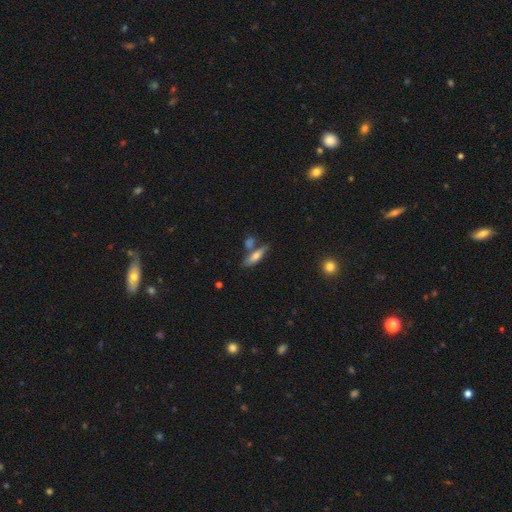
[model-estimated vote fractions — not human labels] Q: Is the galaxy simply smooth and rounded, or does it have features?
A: smooth — 60%.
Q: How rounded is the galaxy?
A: cigar-shaped — 61%.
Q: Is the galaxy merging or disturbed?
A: none — 66%.